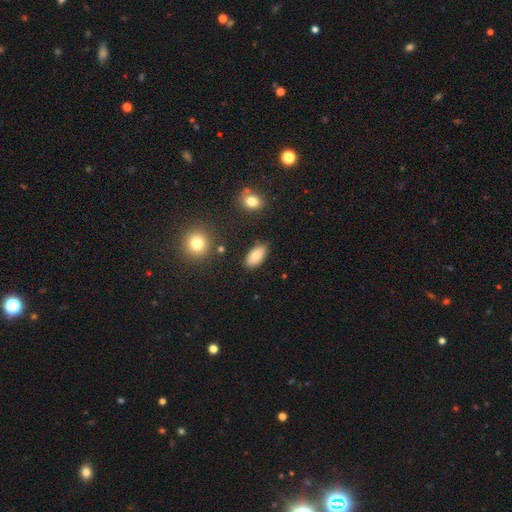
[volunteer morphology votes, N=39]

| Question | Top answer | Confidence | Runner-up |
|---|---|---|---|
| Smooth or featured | smooth | 87% | star or artifact (10%) |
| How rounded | in between | 88% | round (9%) |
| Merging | none | 86% | minor disturbance (11%) |